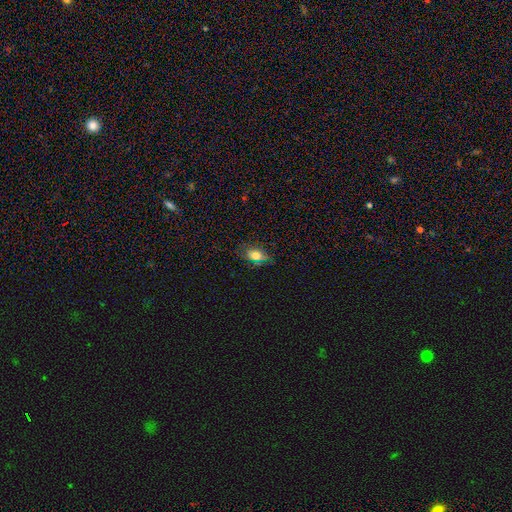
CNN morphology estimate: A smooth galaxy with no disk features (72%) that is in between round and cigar-shaped (80%).

Vote fractions:
- Smooth or featured? smooth: 72% / star or artifact: 16% / featured or disk: 13%
- How rounded? in between: 80% / round: 16% / cigar-shaped: 4%
- Merging? none: 78% / minor disturbance: 16% / major disturbance: 4% / merger: 2%